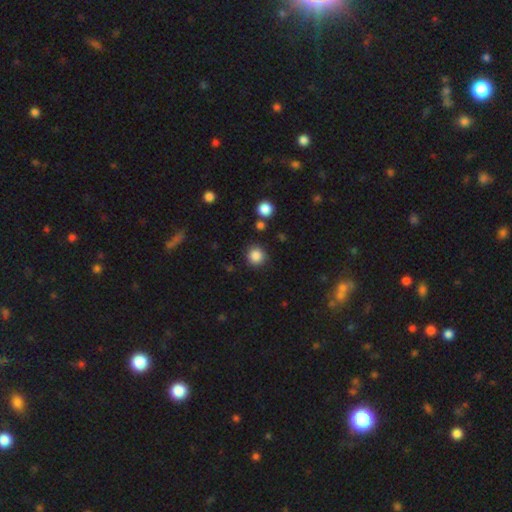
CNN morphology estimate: Overall: smooth (86%). How rounded: round (93%). Merging: none (88%).